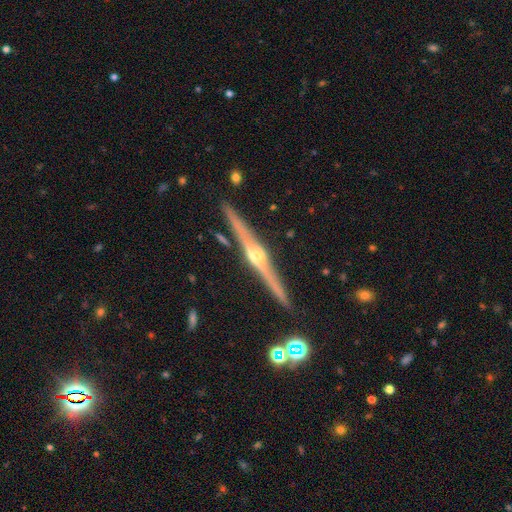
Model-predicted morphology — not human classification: type=featured or disk (86%); edge-on=yes (98%); edge-on bulge=rounded (90%); merging=none (91%).